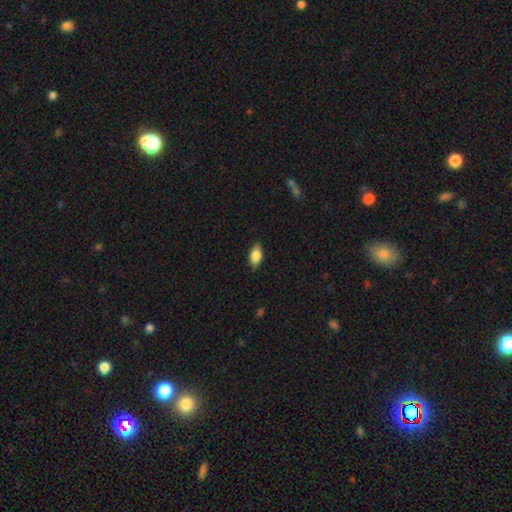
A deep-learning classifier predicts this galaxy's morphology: type=smooth (79%); roundness=in between (87%); merging=none (83%).